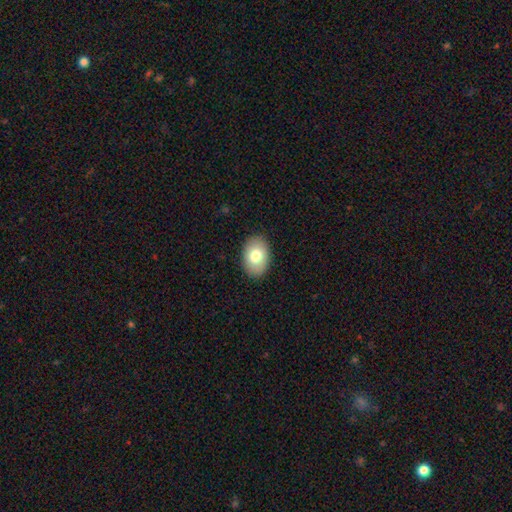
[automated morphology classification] Overall: smooth (78%). How rounded: in between (84%). Merging: none (89%).